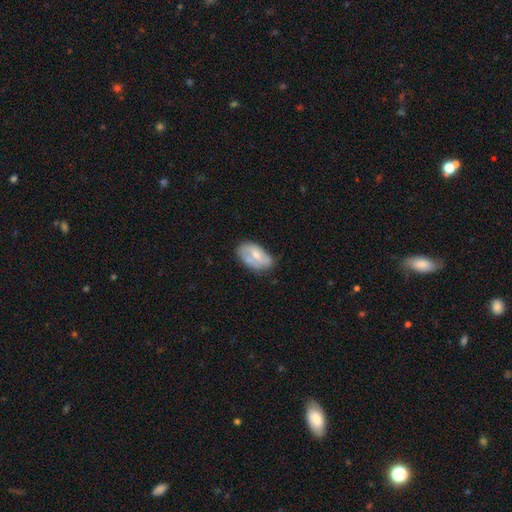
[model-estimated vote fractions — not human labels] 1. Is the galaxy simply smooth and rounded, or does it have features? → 50% smooth, 44% featured or disk, 6% star or artifact.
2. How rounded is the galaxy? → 92% in between, 6% round, 3% cigar-shaped.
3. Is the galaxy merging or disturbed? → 53% none, 33% minor disturbance, 10% major disturbance, 3% merger.